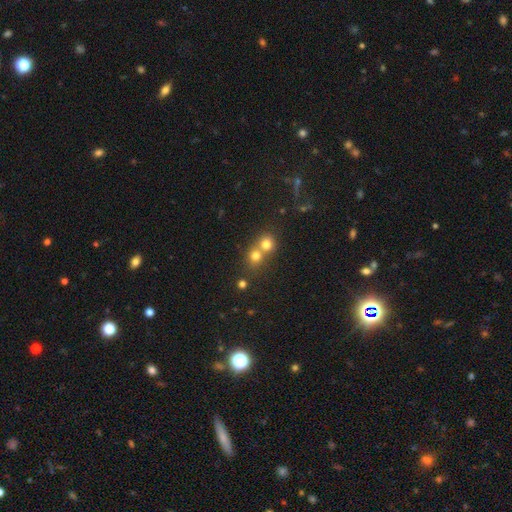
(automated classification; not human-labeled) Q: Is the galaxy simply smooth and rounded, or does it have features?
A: smooth — 74%.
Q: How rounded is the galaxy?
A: round — 83%.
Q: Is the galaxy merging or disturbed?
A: merger — 54%.